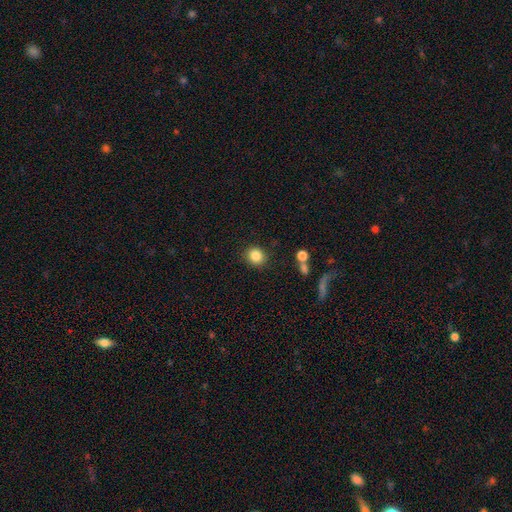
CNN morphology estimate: Smooth or featured?
  - smooth: 85% *
  - star or artifact: 10%
  - featured or disk: 5%
How rounded?
  - round: 83% *
  - in between: 16%
  - cigar-shaped: 1%
Merging?
  - none: 86% *
  - minor disturbance: 8%
  - major disturbance: 3%
  - merger: 3%